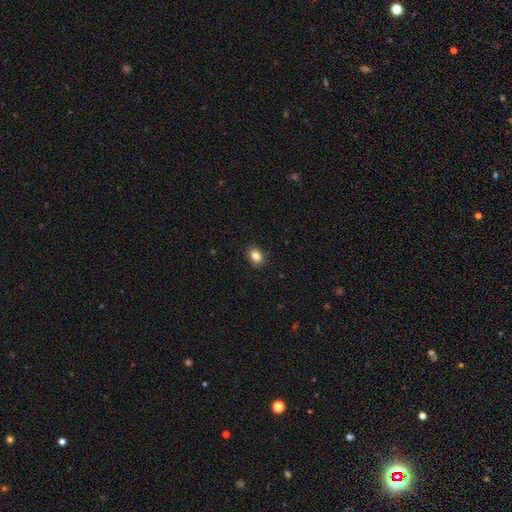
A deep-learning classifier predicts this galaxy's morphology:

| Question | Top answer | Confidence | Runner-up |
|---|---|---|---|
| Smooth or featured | smooth | 84% | star or artifact (10%) |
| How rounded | in between | 64% | round (35%) |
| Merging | none | 89% | minor disturbance (9%) |